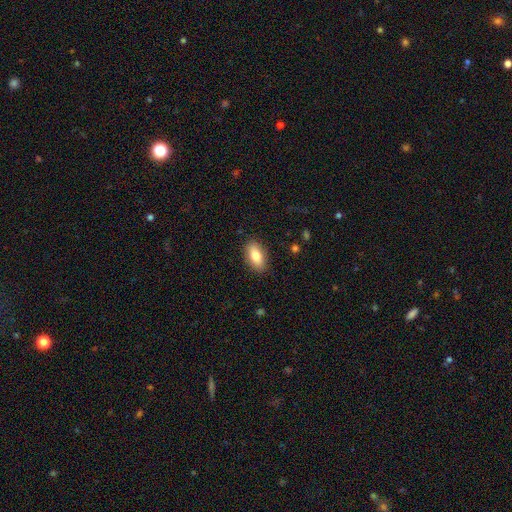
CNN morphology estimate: Q: Smooth or featured?
A: smooth (81%); runner-up: featured or disk (12%)
Q: How rounded?
A: in between (91%); runner-up: cigar-shaped (5%)
Q: Merging?
A: none (87%); runner-up: minor disturbance (10%)